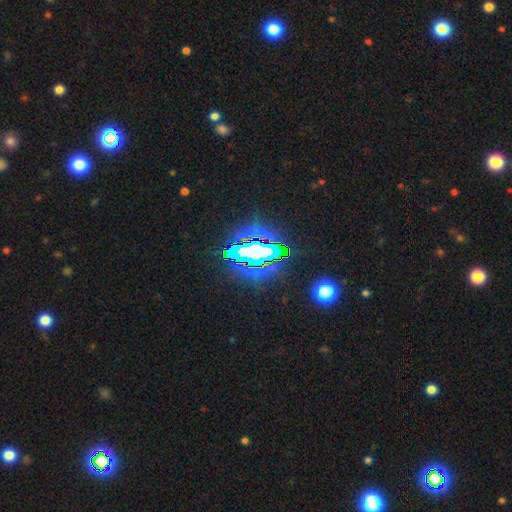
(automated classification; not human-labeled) This is likely a star or artifact rather than a galaxy (69%).